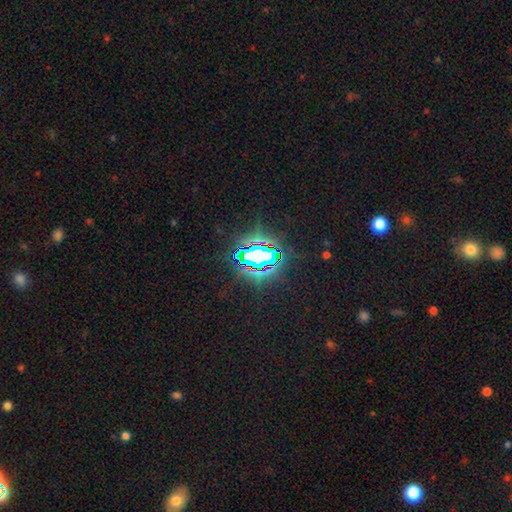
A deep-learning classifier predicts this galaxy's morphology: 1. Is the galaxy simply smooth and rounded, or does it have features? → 75% star or artifact, 14% smooth, 12% featured or disk.